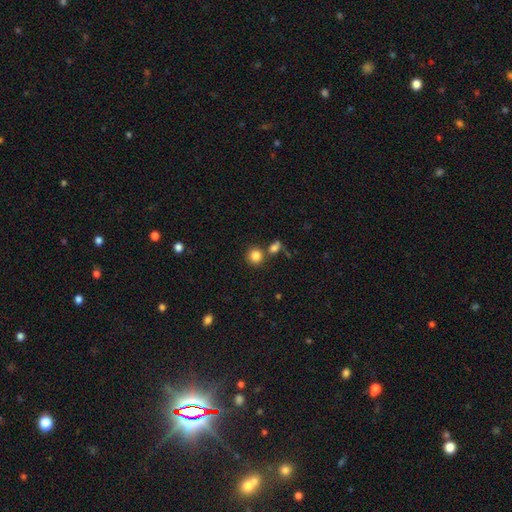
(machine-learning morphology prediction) A smooth galaxy with no disk features (84%) that is round (87%).

Vote fractions:
- Smooth or featured? smooth: 84% / star or artifact: 10% / featured or disk: 5%
- How rounded? round: 87% / in between: 12% / cigar-shaped: 1%
- Merging? none: 73% / merger: 16% / minor disturbance: 9% / major disturbance: 3%